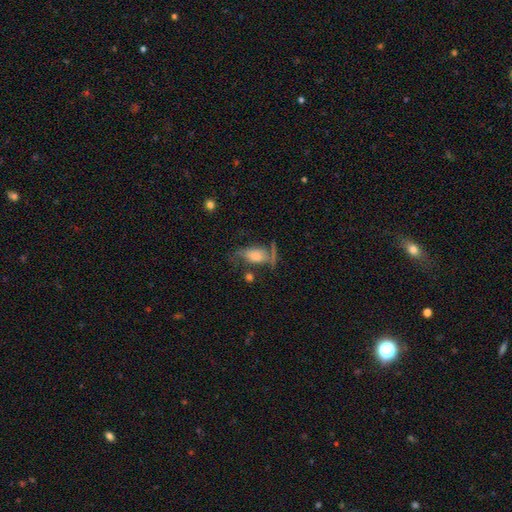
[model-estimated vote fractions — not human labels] Overall: smooth (54%; featured or disk 35%). How rounded: in between (84%). Merging: none (37%; major disturbance 26%).